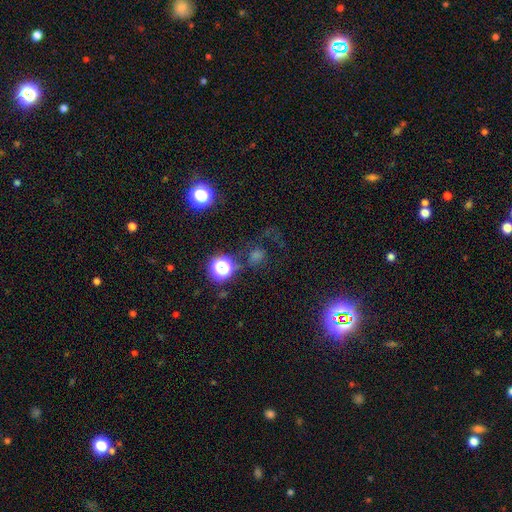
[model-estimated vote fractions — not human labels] This is possibly a star or artifact rather than a galaxy (48%).